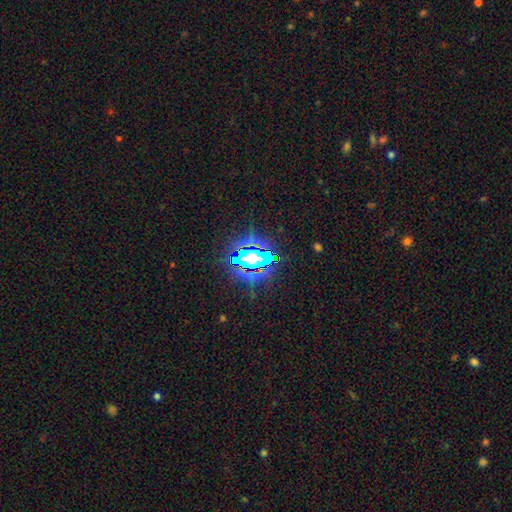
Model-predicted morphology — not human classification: smooth-or-featured: star or artifact: 70% | smooth: 17% | featured or disk: 13%